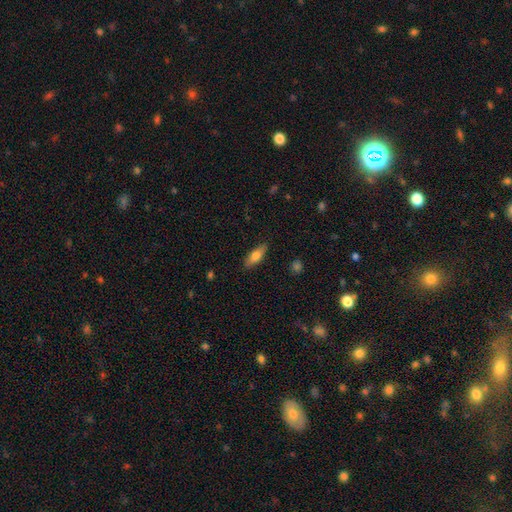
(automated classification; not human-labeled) smooth-or-featured: smooth: 72% | featured or disk: 22% | star or artifact: 6%
  how-rounded: in between: 63% | cigar-shaped: 34% | round: 3%
  merging: none: 87% | minor disturbance: 10% | major disturbance: 2% | merger: 1%